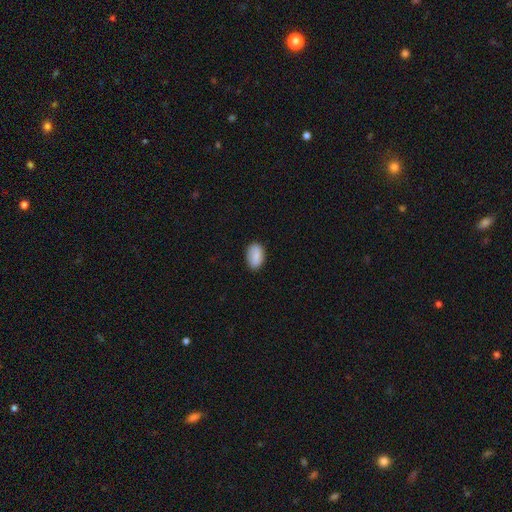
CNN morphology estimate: Smooth or featured?
  - smooth: 81% *
  - featured or disk: 12%
  - star or artifact: 7%
How rounded?
  - in between: 90% *
  - round: 8%
  - cigar-shaped: 2%
Merging?
  - none: 84% *
  - minor disturbance: 12%
  - major disturbance: 3%
  - merger: 1%